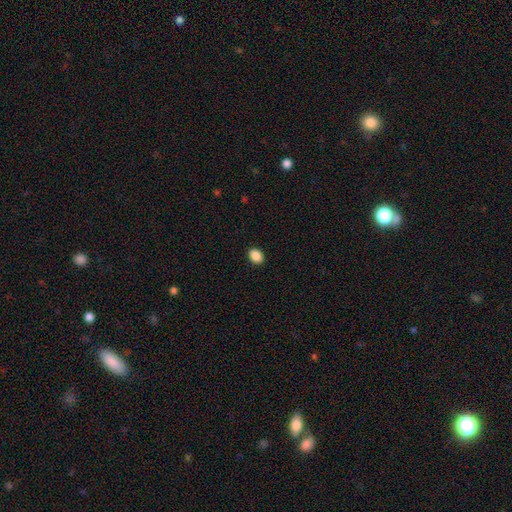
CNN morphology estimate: type=smooth (89%); roundness=in between (63%); merging=none (91%).